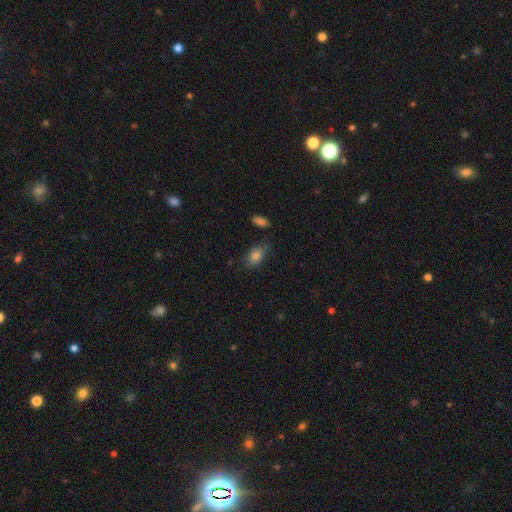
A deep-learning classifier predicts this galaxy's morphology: Smooth or featured? smooth (82%)
How rounded? in between (87%)
Merging? none (74%)